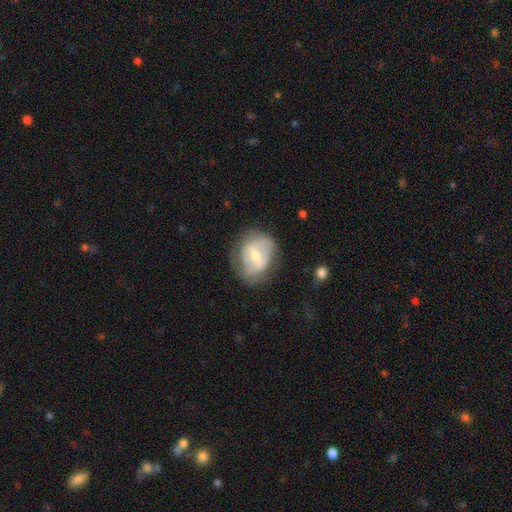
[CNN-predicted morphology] The model was most divided on "bulge size": moderate: 53%, small: 39%, large: 4%, none: 3%, dominant: 1%. More confident: edge-on disk — no (96%); spiral arms — yes (62%); merging — none (61%); smooth or featured — featured or disk (60%); bar — weak (51%).